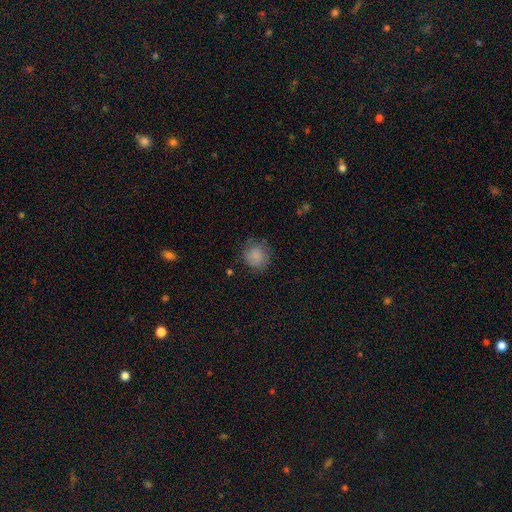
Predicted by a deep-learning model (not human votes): Smooth or featured? smooth (83%)
How rounded? round (86%)
Merging? none (74%)